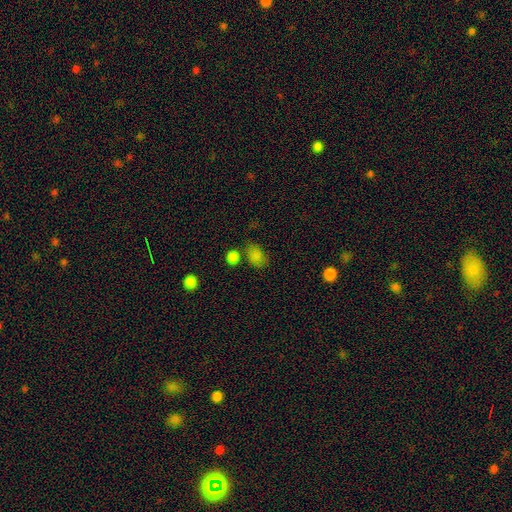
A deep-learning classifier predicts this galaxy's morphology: A smooth galaxy with no disk features (80%) that is in between round and cigar-shaped (72%). Merging: none (61%).